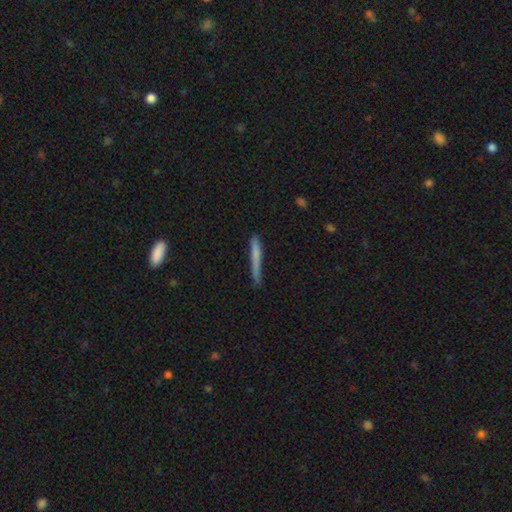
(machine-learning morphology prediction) type=smooth (67%); roundness=cigar-shaped (96%); merging=none (72%).